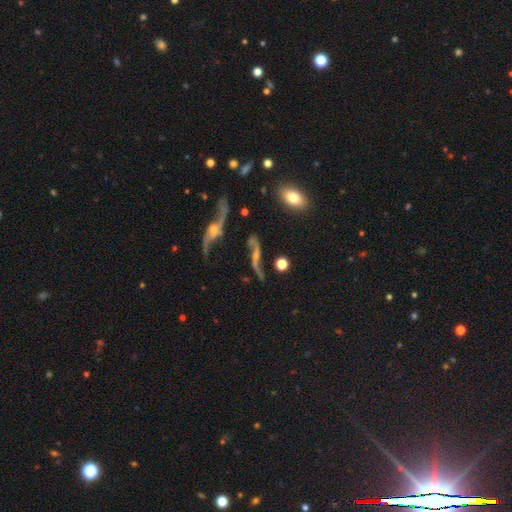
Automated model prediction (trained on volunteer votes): Q: Smooth or featured?
A: featured or disk (80%); runner-up: smooth (10%)
Q: Edge-on disk?
A: no (84%); runner-up: yes (16%)
Q: Bar?
A: no (48%); runner-up: weak (37%)
Q: Spiral arms?
A: yes (92%); runner-up: no (8%)
Q: Spiral winding?
A: loose (91%); runner-up: medium (6%)
Q: Spiral arm count?
A: 2 (91%); runner-up: 1 (4%)
Q: Bulge size?
A: small (47%); runner-up: moderate (26%)
Q: Merging?
A: none (59%); runner-up: minor disturbance (18%)